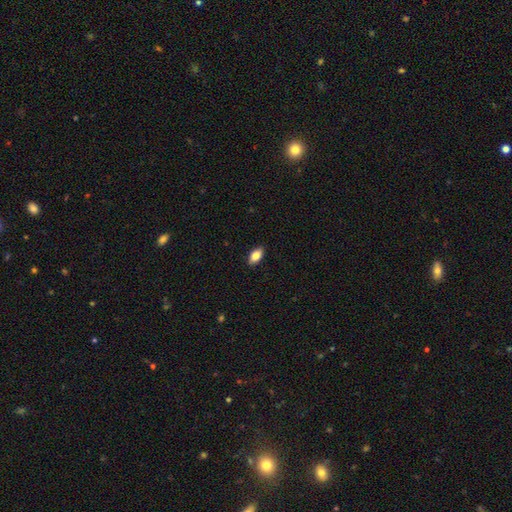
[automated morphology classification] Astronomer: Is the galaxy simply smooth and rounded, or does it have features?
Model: smooth — 83%.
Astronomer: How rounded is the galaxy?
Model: in between — 91%.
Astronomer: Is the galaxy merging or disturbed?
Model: none — 89%.